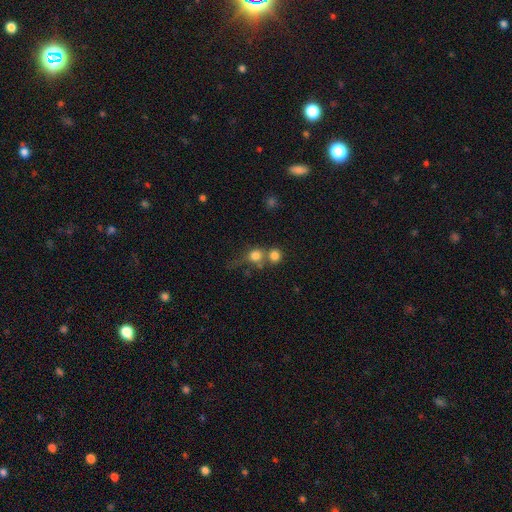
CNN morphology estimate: Smooth or featured?
  - smooth: 75% *
  - star or artifact: 13%
  - featured or disk: 12%
How rounded?
  - round: 84% *
  - in between: 15%
  - cigar-shaped: 2%
Merging?
  - merger: 44% *
  - none: 38%
  - minor disturbance: 9%
  - major disturbance: 9%